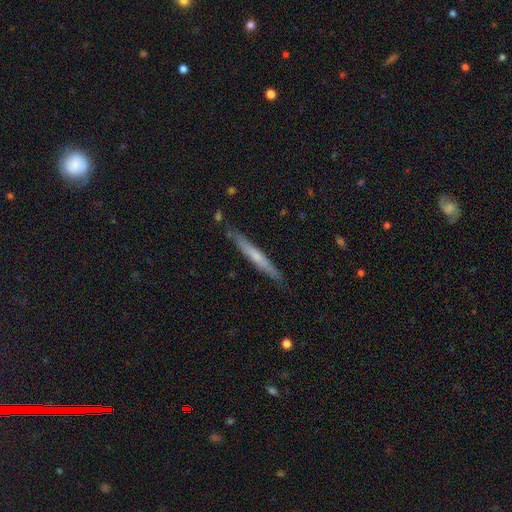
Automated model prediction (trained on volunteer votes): Smooth or featured? smooth (48%)
Merging? none (86%)